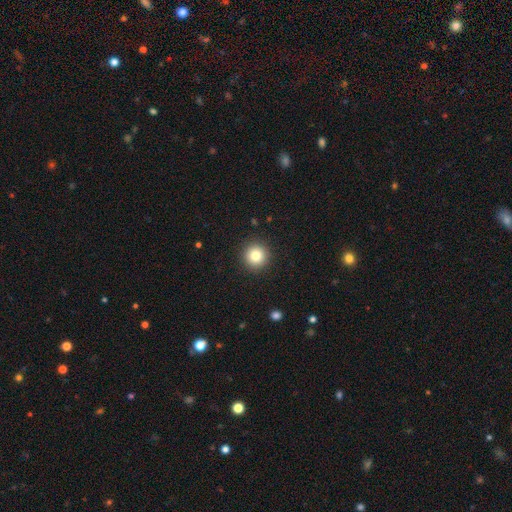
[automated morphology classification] This is clearly a smooth galaxy (82%). How rounded: clearly round (95%). Merging: clearly none (92%).